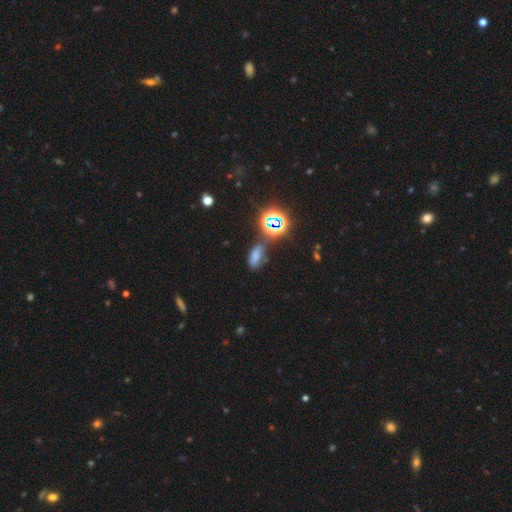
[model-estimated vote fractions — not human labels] Smooth or featured? smooth (54%)
How rounded? in between (82%)
Merging? none (55%)